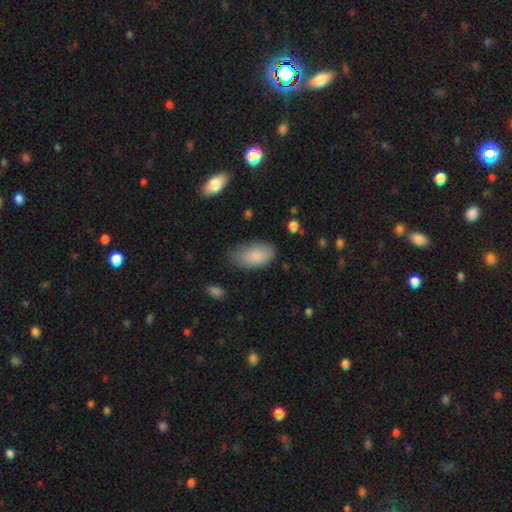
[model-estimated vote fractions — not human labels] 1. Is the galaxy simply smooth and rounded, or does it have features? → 85% smooth, 8% featured or disk, 6% star or artifact.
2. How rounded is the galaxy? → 95% in between, 3% round, 2% cigar-shaped.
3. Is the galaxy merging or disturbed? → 64% none, 28% minor disturbance, 6% major disturbance, 2% merger.